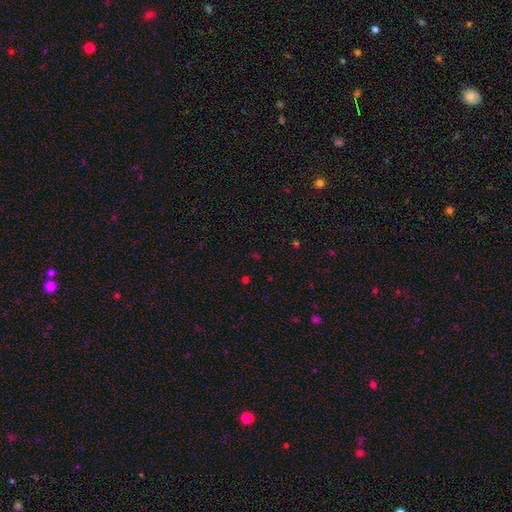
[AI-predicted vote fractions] Smooth or featured: star or artifact — 60% (smooth — 33%)